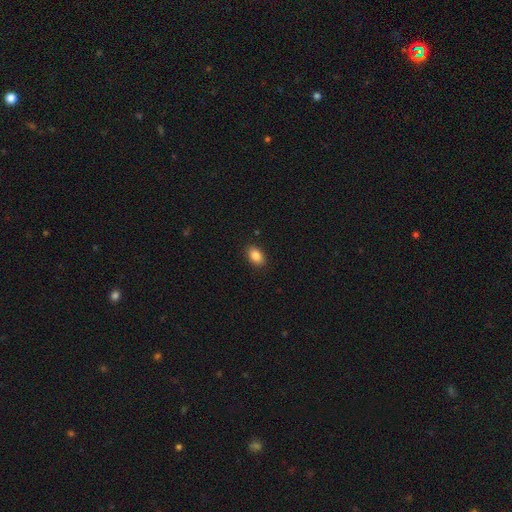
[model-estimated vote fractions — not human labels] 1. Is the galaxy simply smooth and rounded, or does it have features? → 86% smooth, 8% star or artifact, 5% featured or disk.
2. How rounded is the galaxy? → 85% in between, 13% round, 1% cigar-shaped.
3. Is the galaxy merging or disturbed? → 89% none, 8% minor disturbance, 2% major disturbance, 1% merger.